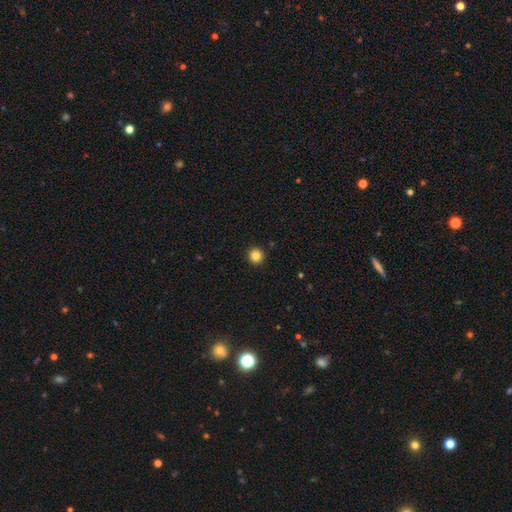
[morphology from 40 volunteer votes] A smooth galaxy with no disk features (82%) that is round (100%).

Vote fractions:
- Smooth or featured? smooth: 82% / star or artifact: 10% / featured or disk: 8%
- How rounded? round: 100% / in between: 0% / cigar-shaped: 0%
- Merging? none: 92% / minor disturbance: 8% / major disturbance: 0% / merger: 0%